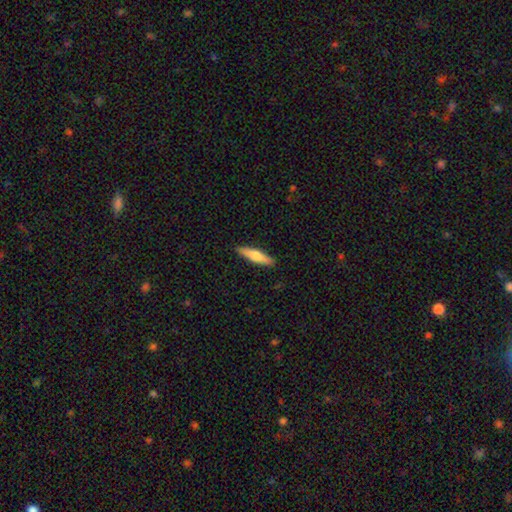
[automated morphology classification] This appears to be a smooth galaxy with no disk features (63%) that is cigar-shaped (78%). Merging: none (89%).